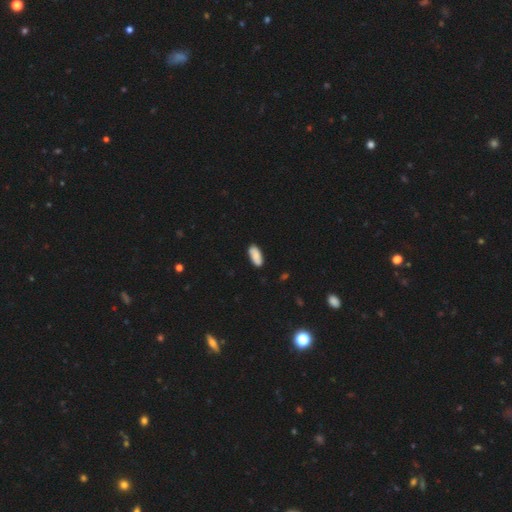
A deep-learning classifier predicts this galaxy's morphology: The model was most divided on "merging": none: 82%, minor disturbance: 14%, major disturbance: 2%, merger: 2%. More confident: how rounded — in between (85%); smooth or featured — smooth (83%).